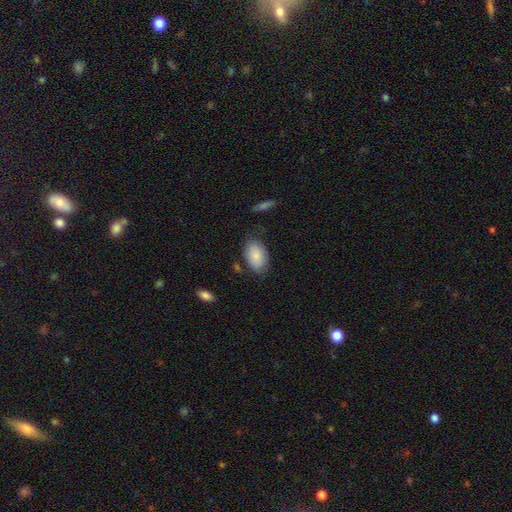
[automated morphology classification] This is clearly a smooth galaxy (87%). How rounded: clearly in between (92%). Merging: likely none (77%).